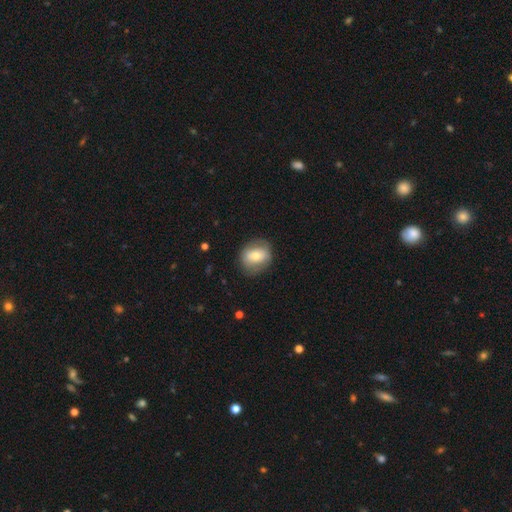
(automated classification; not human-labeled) This is likely a smooth galaxy (61%). How rounded: possibly round (57%). Merging: likely none (79%).